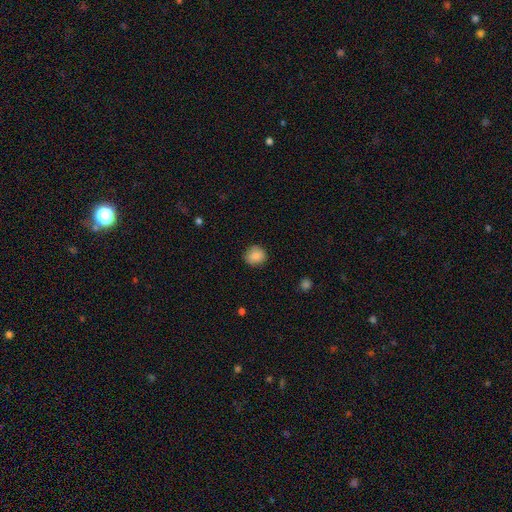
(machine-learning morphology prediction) smooth-or-featured: smooth: 87% | star or artifact: 8% | featured or disk: 4%
  how-rounded: round: 84% | in between: 15% | cigar-shaped: 1%
  merging: none: 86% | minor disturbance: 10% | major disturbance: 2% | merger: 1%